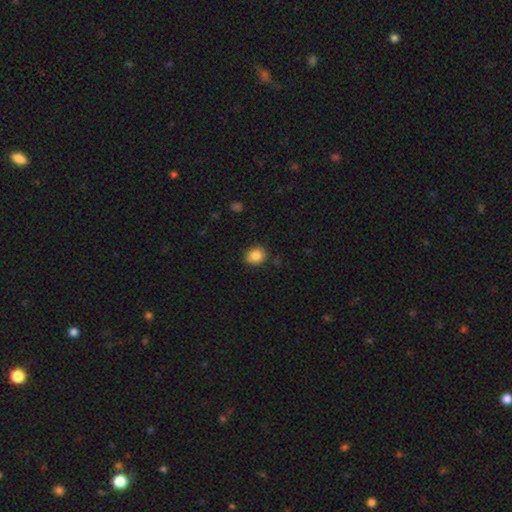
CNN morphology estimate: Overall: smooth (86%). How rounded: round (70%). Merging: none (85%).